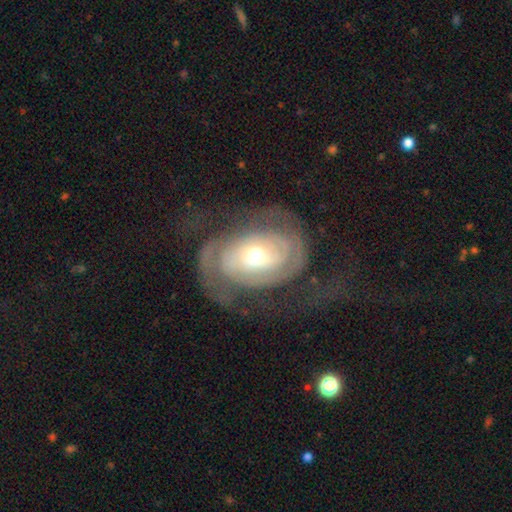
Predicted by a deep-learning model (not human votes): Overall: featured or disk (83%). Edge-on disk: no (96%). Bar: no (70%). Spiral arms: yes (89%). Spiral arm count: 2 (51%; can't tell 26%). Spiral winding: tight (62%; medium 26%). Bulge size: moderate (57%; small 35%). Merging: none (56%; major disturbance 25%).